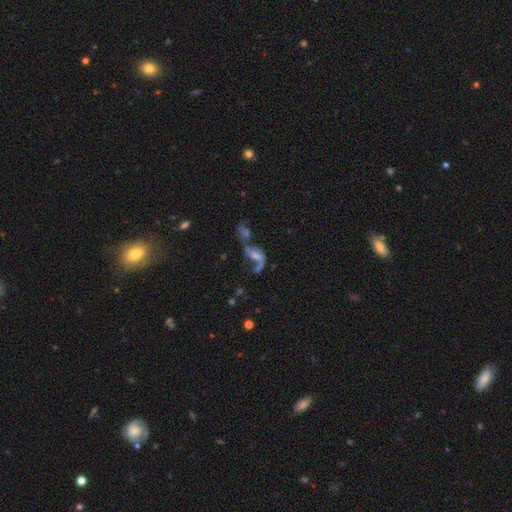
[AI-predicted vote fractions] Smooth or featured: featured or disk — 58% (smooth — 28%)
Edge-on disk: no — 92% (yes — 8%)
Bar: no — 45% (weak — 35%)
Spiral arms: yes — 71% (no — 29%)
Bulge size: small — 33% (moderate — 30%)
Merging: merger — 52% (major disturbance — 20%)